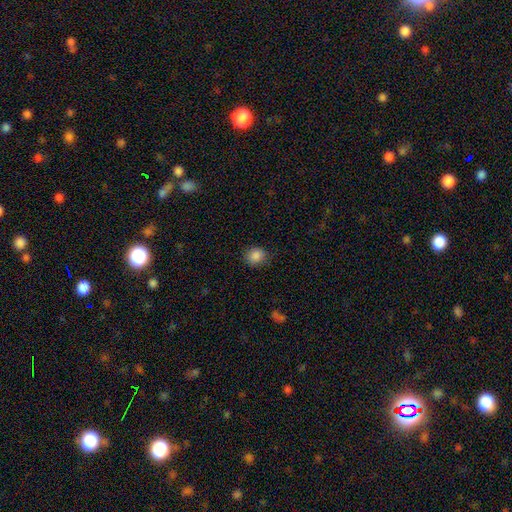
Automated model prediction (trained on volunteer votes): Smooth or featured? smooth (87%)
How rounded? round (79%)
Merging? none (84%)